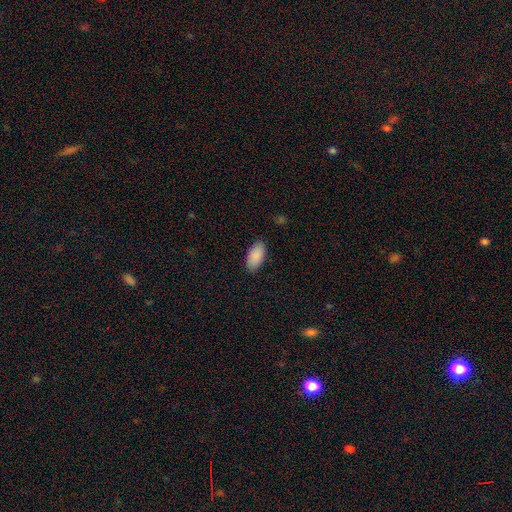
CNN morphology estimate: type=smooth (90%); roundness=in between (95%); merging=none (87%).